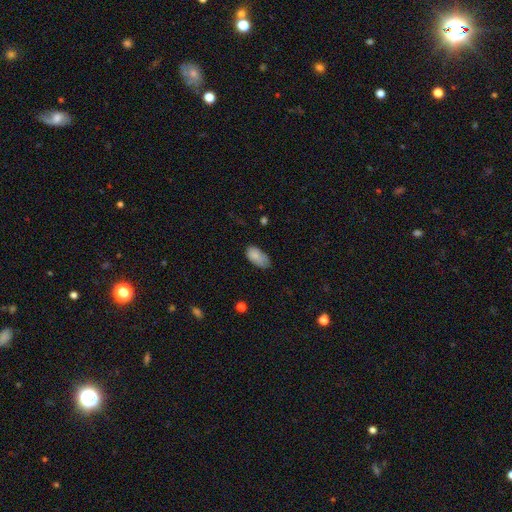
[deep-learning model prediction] A smooth galaxy with no disk features (83%) that is in between round and cigar-shaped (94%). Merging: none (53%).